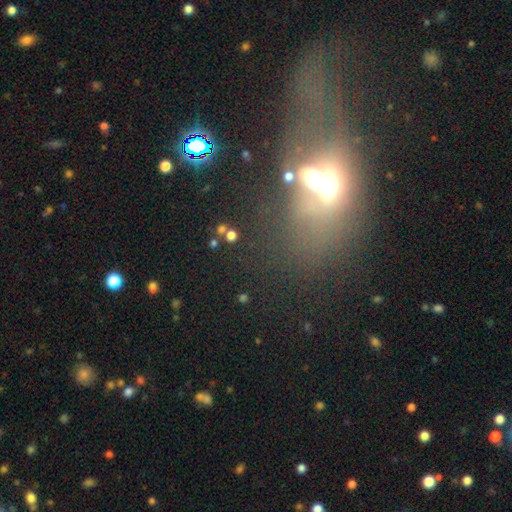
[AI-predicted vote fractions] A star or artifact, not a galaxy (40%).